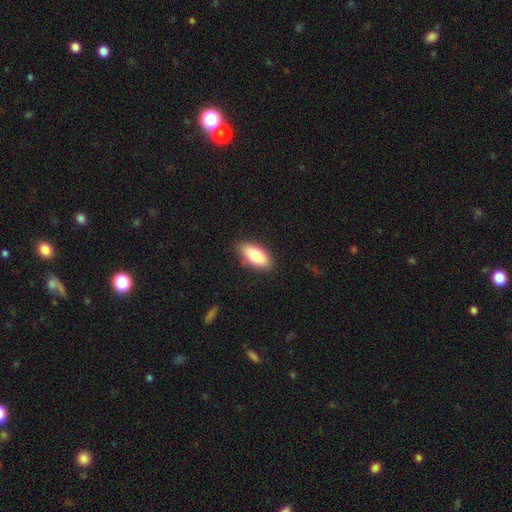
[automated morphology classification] type=smooth (81%); roundness=in between (86%); merging=none (86%).